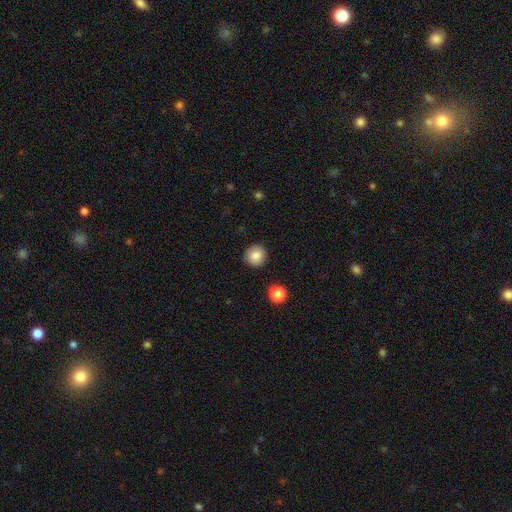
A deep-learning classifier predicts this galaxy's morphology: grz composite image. It shows a smooth galaxy with no disk features (84%) that is round (92%). Merging: none (89%).